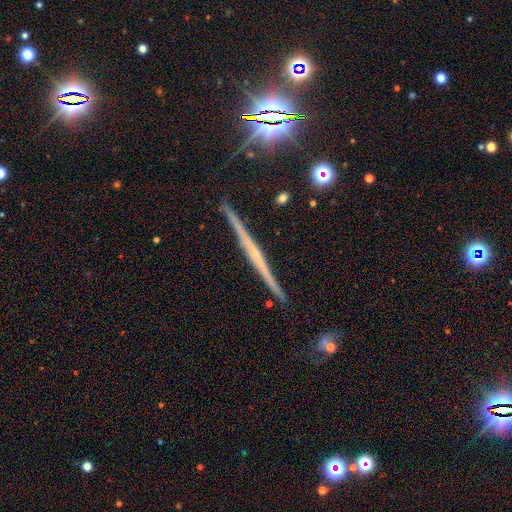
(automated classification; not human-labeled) Smooth or featured?
  - featured or disk: 71% *
  - smooth: 18%
  - star or artifact: 11%
Edge-on disk?
  - yes: 98% *
  - no: 2%
Edge-on bulge?
  - none: 62% *
  - rounded: 29%
  - boxy: 9%
Merging?
  - none: 91% *
  - minor disturbance: 7%
  - merger: 1%
  - major disturbance: 1%